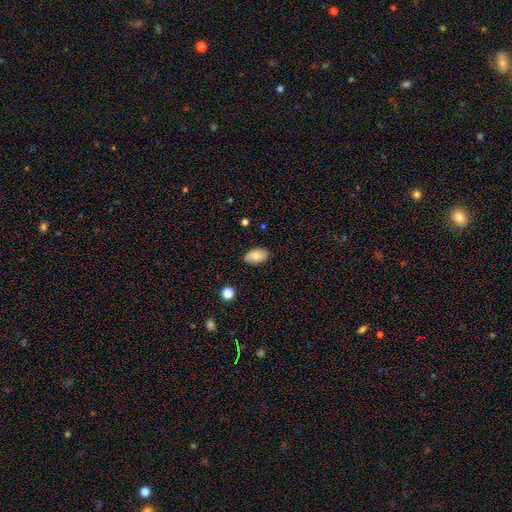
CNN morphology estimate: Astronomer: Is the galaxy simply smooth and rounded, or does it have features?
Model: smooth — 71%.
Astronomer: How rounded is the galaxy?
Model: in between — 93%.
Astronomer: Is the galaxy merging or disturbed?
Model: none — 80%.